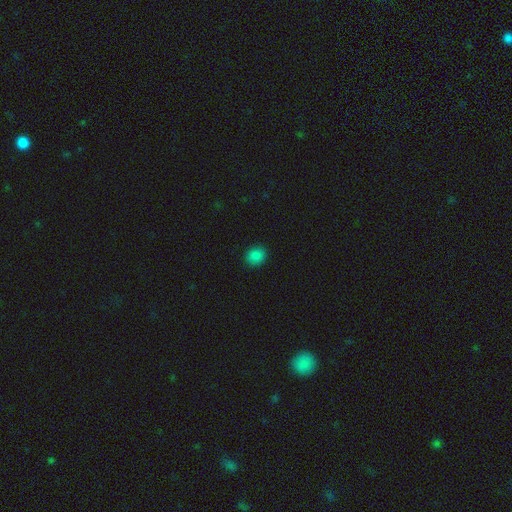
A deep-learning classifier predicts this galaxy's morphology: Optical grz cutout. It shows a smooth galaxy with no disk features (84%) that is round (68%). Merging: none (89%).